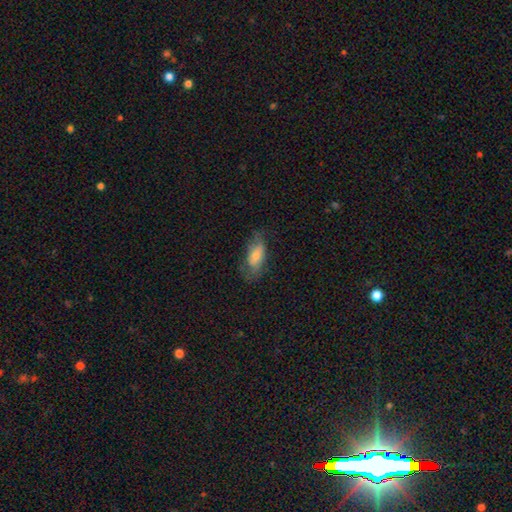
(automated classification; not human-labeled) smooth 61%, featured or disk 30%, star or artifact 8%. Down the decision tree: how rounded — in between (80%); merging — none (63%).